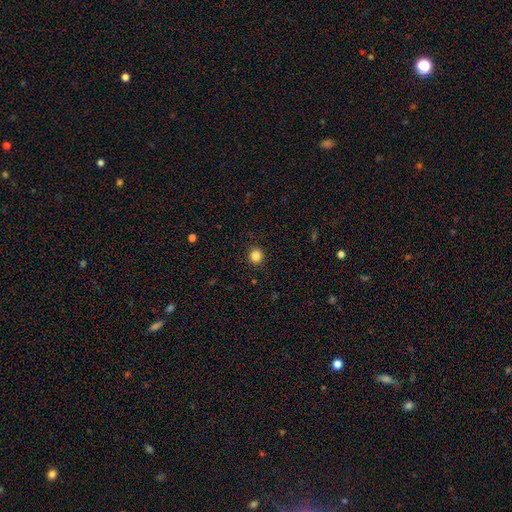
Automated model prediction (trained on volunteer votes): Smooth or featured? smooth (85%)
How rounded? round (93%)
Merging? none (92%)